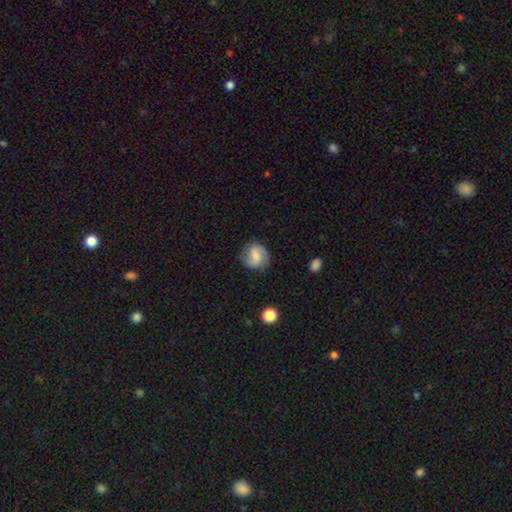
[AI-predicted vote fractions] Smooth or featured? Predicted: featured or disk (p=0.55). Edge-on disk? Predicted: no (p=0.98). Bar? Predicted: weak (p=0.50). Spiral arms? Predicted: yes (p=0.90). Bulge size? Predicted: small (p=0.39). Merging? Predicted: none (p=0.78).